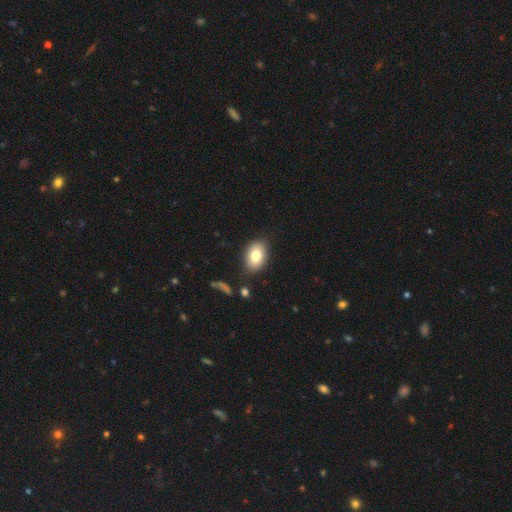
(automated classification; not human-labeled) smooth-or-featured: smooth: 80% | featured or disk: 12% | star or artifact: 8%
  how-rounded: in between: 86% | round: 13% | cigar-shaped: 1%
  merging: none: 82% | minor disturbance: 11% | merger: 3% | major disturbance: 3%